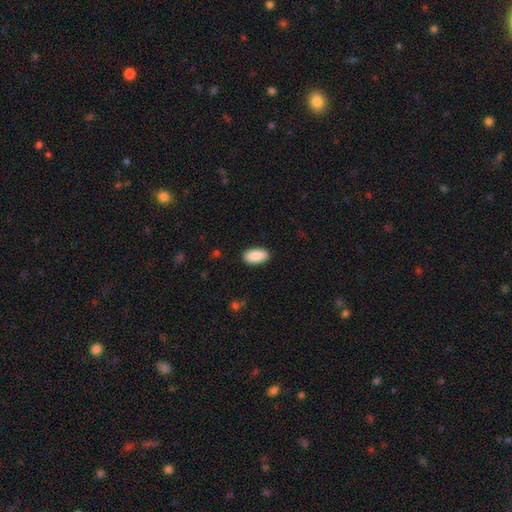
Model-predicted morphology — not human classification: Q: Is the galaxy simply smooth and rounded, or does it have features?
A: smooth — 89%.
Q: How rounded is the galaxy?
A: in between — 93%.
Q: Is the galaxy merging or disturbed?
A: none — 89%.